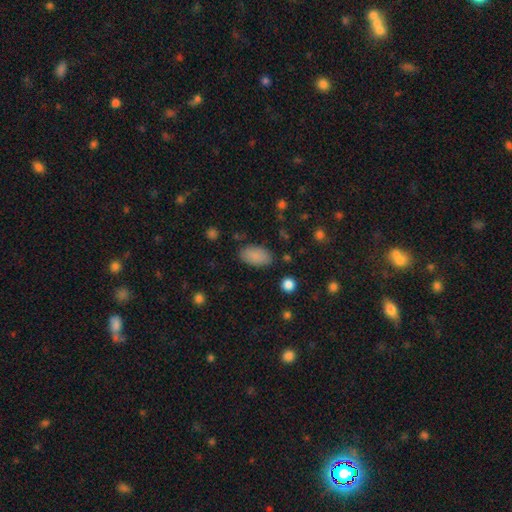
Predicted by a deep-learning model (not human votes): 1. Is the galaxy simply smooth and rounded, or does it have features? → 86% smooth, 8% star or artifact, 6% featured or disk.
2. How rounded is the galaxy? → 94% in between, 4% round, 2% cigar-shaped.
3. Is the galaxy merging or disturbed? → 81% none, 13% minor disturbance, 4% major disturbance, 2% merger.